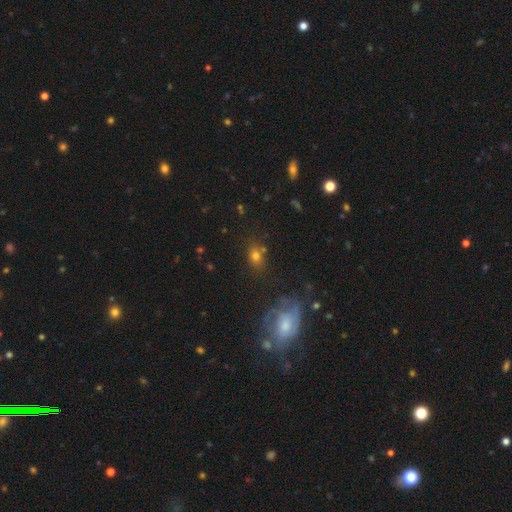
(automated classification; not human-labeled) The model was most divided on "how rounded": in between: 57%, round: 41%, cigar-shaped: 2%. More confident: merging — none (71%); smooth or featured — smooth (69%).